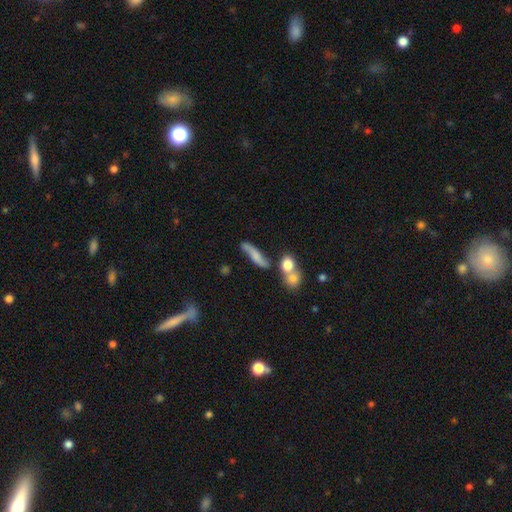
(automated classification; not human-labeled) Smooth or featured? smooth (50%)
How rounded? cigar-shaped (66%)
Merging? none (52%)